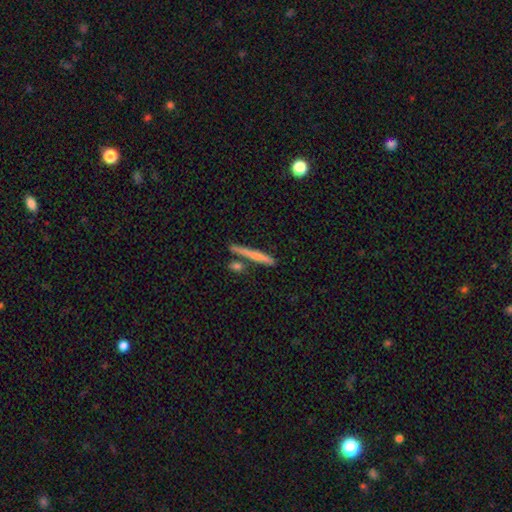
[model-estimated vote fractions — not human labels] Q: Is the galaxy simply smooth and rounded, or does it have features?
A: smooth — 63%.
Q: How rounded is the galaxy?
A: cigar-shaped — 94%.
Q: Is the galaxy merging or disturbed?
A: none — 76%.